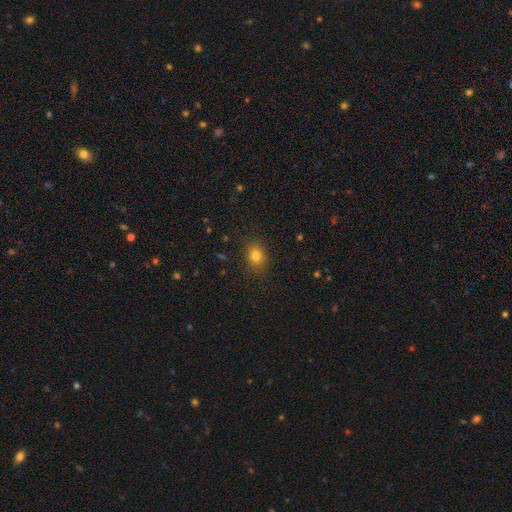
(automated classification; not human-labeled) Q: Smooth or featured?
A: smooth (80%); runner-up: star or artifact (13%)
Q: How rounded?
A: in between (58%); runner-up: round (40%)
Q: Merging?
A: none (84%); runner-up: minor disturbance (11%)